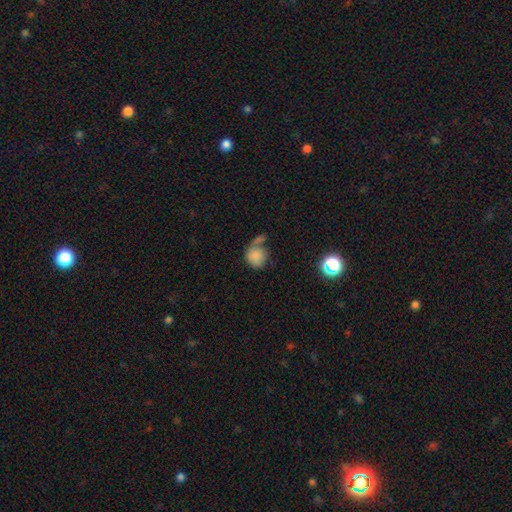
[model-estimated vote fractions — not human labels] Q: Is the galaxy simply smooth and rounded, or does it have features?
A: smooth — 81%.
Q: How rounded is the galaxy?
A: round — 77%.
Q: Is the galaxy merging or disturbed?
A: none — 38%.